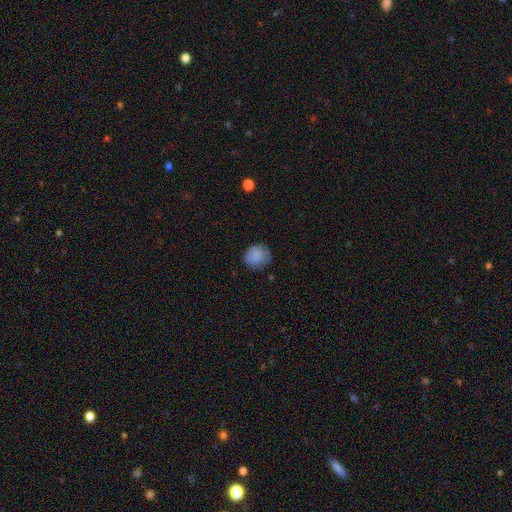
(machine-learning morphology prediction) Overall: smooth (85%). How rounded: round (83%). Merging: none (77%).